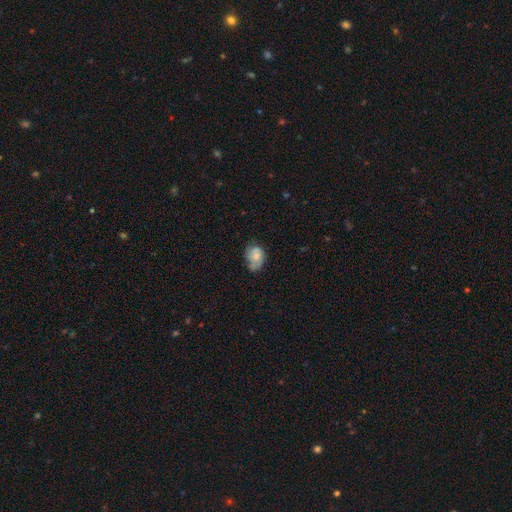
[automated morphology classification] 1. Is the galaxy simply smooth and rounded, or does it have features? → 57% smooth, 34% featured or disk, 9% star or artifact.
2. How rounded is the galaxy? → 70% in between, 29% round, 1% cigar-shaped.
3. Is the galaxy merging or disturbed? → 43% none, 35% minor disturbance, 16% major disturbance, 6% merger.